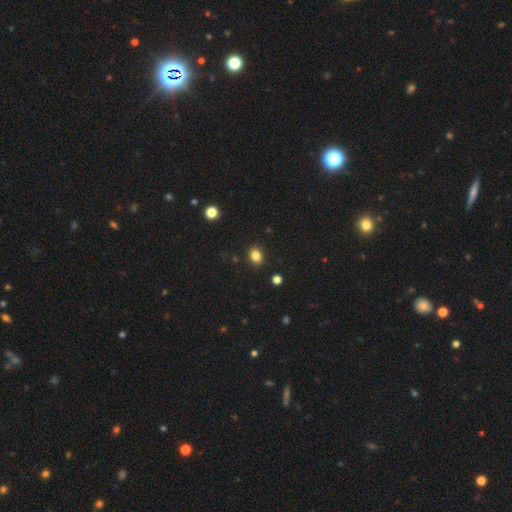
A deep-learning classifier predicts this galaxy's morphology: This is clearly a smooth galaxy (84%). How rounded: possibly in between (53%). Merging: clearly none (89%).